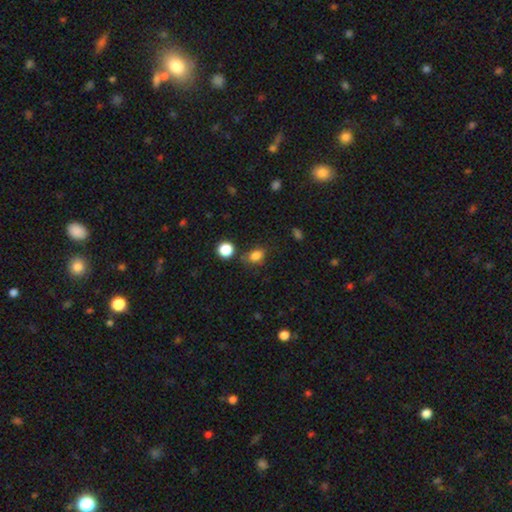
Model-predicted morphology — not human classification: smooth-or-featured: smooth: 82% | star or artifact: 13% | featured or disk: 5%
  how-rounded: in between: 66% | round: 33% | cigar-shaped: 1%
  merging: none: 71% | minor disturbance: 17% | merger: 8% | major disturbance: 5%